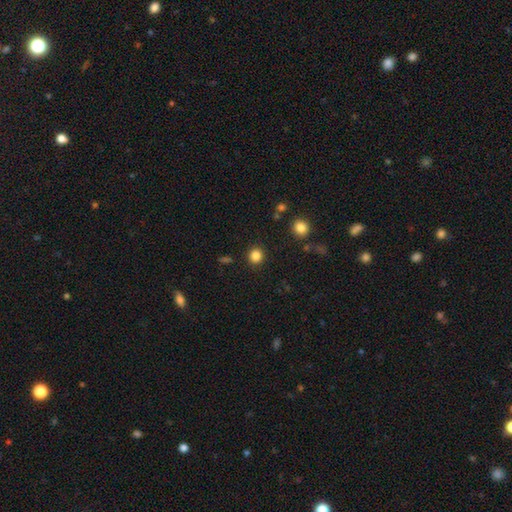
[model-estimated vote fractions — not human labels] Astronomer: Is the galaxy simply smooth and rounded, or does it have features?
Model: smooth — 84%.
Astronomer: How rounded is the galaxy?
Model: round — 91%.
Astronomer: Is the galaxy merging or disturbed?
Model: none — 91%.